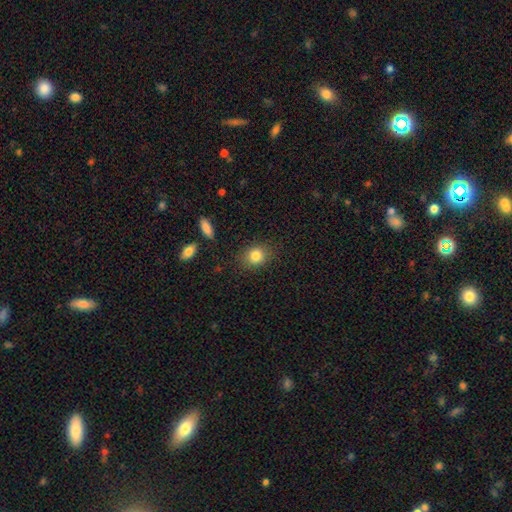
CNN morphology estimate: Smooth or featured?
  - smooth: 84% *
  - star or artifact: 10%
  - featured or disk: 7%
How rounded?
  - round: 59% *
  - in between: 40%
  - cigar-shaped: 1%
Merging?
  - none: 84% *
  - minor disturbance: 11%
  - major disturbance: 3%
  - merger: 2%